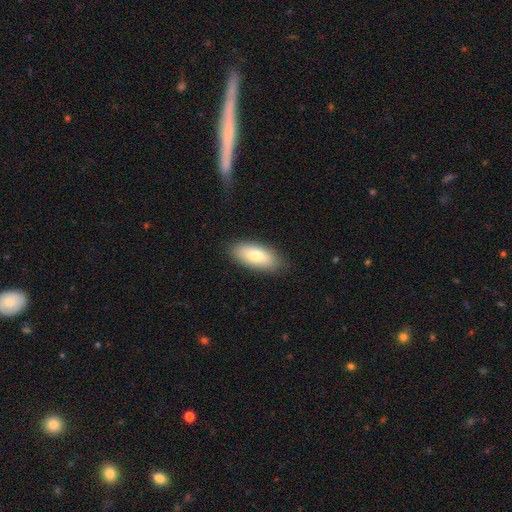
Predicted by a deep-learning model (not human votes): A smooth galaxy with no disk features (76%) that is in between round and cigar-shaped (85%). Merging: none (85%).